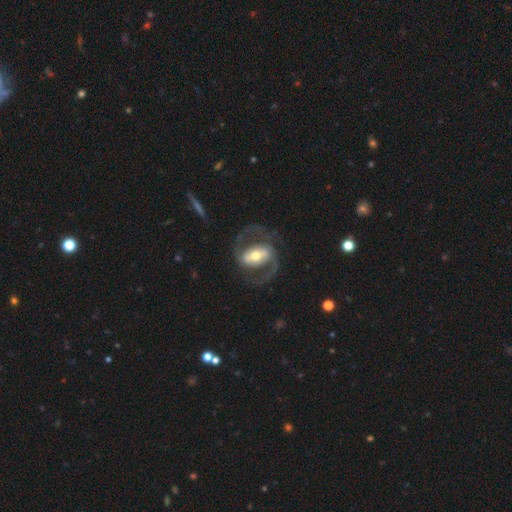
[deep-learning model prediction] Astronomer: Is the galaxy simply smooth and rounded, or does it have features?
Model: featured or disk — 87%.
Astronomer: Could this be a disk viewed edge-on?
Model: no — 97%.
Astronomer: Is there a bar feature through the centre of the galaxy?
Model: strong — 53% (runner-up: weak, 31%).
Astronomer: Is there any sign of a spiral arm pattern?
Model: yes — 92%.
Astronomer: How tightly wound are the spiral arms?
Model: medium — 58%.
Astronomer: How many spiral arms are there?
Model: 2 — 92%.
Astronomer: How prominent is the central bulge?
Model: moderate — 65%.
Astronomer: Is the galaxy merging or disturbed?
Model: none — 73%.